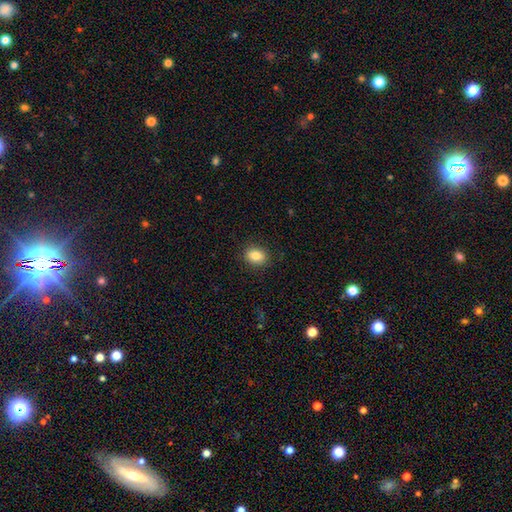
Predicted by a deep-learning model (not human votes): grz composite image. It shows a smooth galaxy with no disk features (84%) that is in between round and cigar-shaped (57%). Merging: none (89%).